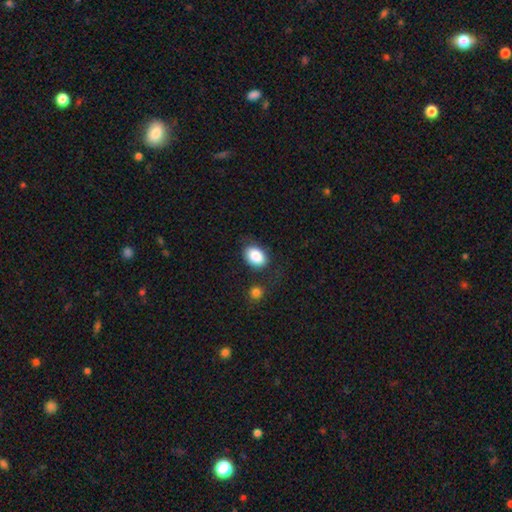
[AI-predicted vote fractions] The model was most divided on "merging": none: 71%, minor disturbance: 17%, major disturbance: 6%, merger: 6%. More confident: smooth or featured — smooth (86%); how rounded — in between (79%).